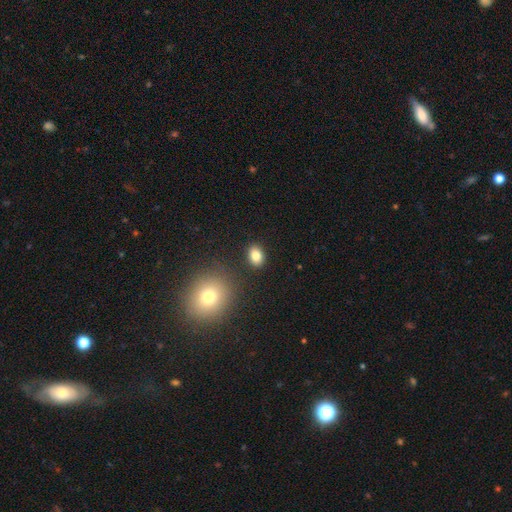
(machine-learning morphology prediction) This appears to be a smooth galaxy with no disk features (83%) that is in between round and cigar-shaped (73%). Merging: none (86%).